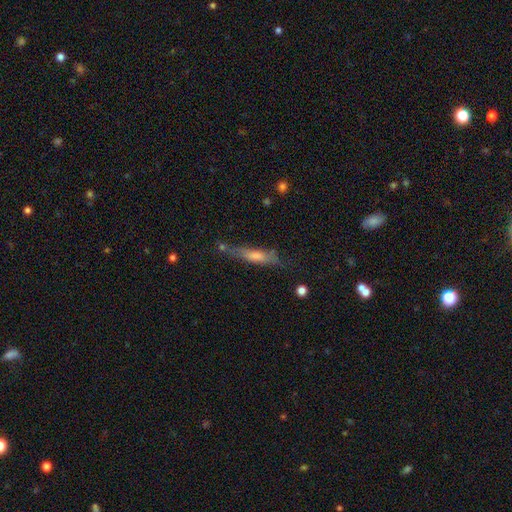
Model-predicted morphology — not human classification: A smooth galaxy with no disk features (50%). Merging: none (65%).